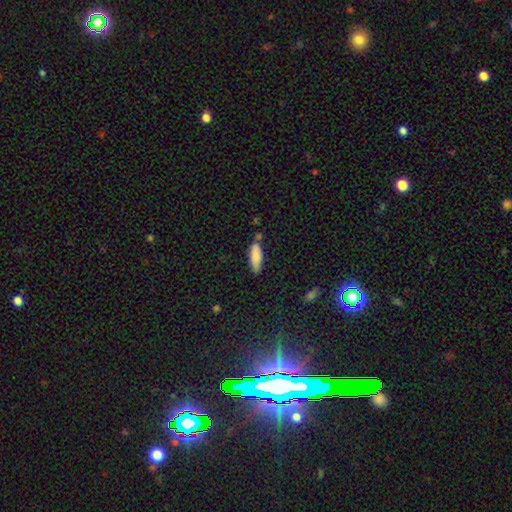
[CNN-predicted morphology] Smooth or featured? Predicted: smooth (p=0.85). How rounded? Predicted: in between (p=0.62). Merging? Predicted: none (p=0.67).